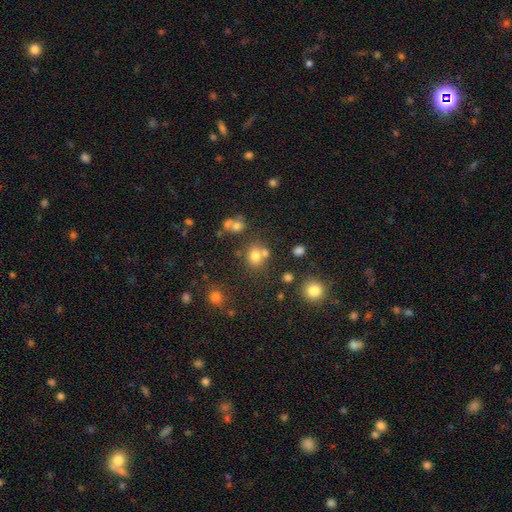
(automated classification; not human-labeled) smooth_or_featured: smooth (p=0.73) [alt: star or artifact p=0.17]
how_rounded: round (p=0.69) [alt: in between p=0.30]
merging: none (p=0.58) [alt: merger p=0.26]